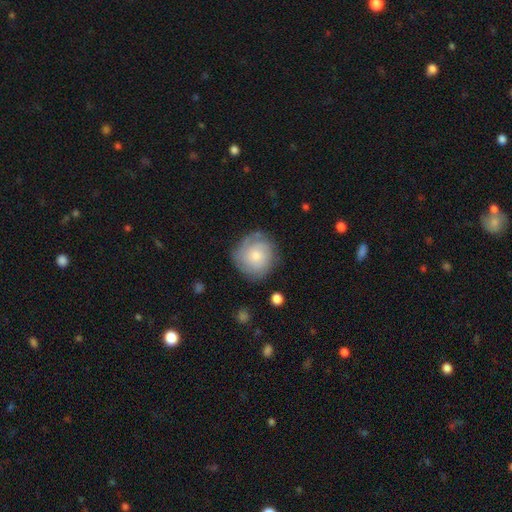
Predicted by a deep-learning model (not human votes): smooth_or_featured: featured or disk (p=0.51) [alt: smooth p=0.42]
disk_edge_on: no (p=0.98) [alt: yes p=0.02]
merging: none (p=0.74) [alt: minor disturbance p=0.18]